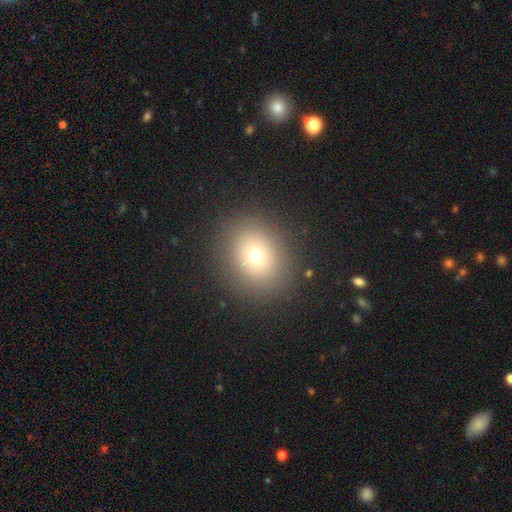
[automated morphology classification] Overall: smooth (70%). How rounded: round (70%). Merging: none (87%).